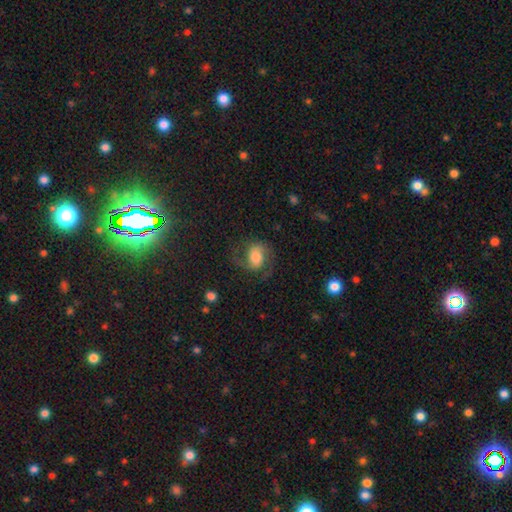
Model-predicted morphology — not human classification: Overall: featured or disk (68%). Edge-on disk: no (97%). Bar: no (43%; weak 40%). Spiral arms: yes (93%). Spiral arm count: 2 (90%). Spiral winding: medium (54%; loose 31%). Bulge size: moderate (56%; large 22%). Merging: none (68%).